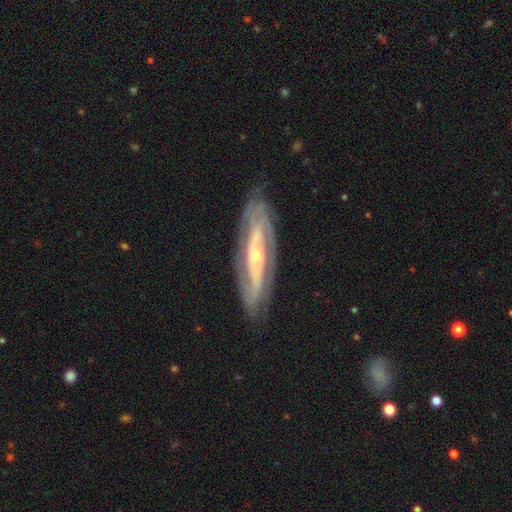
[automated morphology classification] Smooth or featured? Predicted: featured or disk (p=0.84). Edge-on disk? Predicted: no (p=0.79). Bar? Predicted: no (p=0.49). Spiral arms? Predicted: yes (p=0.89). Spiral winding? Predicted: tight (p=0.57). Spiral arm count? Predicted: 2 (p=0.52). Bulge size? Predicted: small (p=0.59). Merging? Predicted: none (p=0.81).